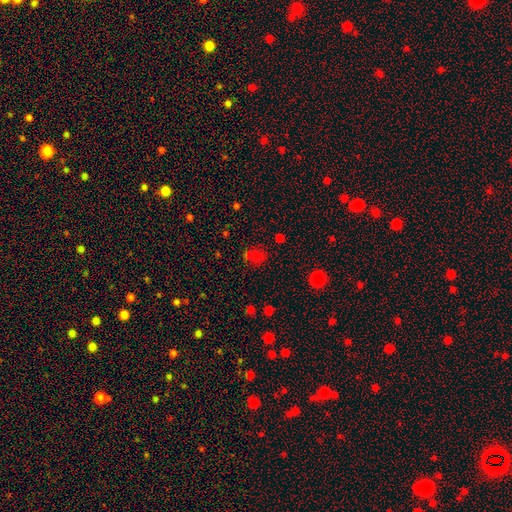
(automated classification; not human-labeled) This appears to be a smooth galaxy with no disk features (49%). Merging: none (64%).